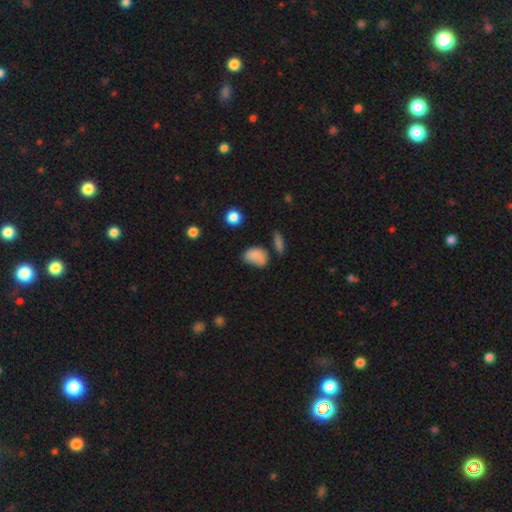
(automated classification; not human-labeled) smooth_or_featured: smooth (p=0.81) [alt: star or artifact p=0.10]
how_rounded: in between (p=0.81) [alt: round p=0.17]
merging: none (p=0.47) [alt: minor disturbance p=0.33]